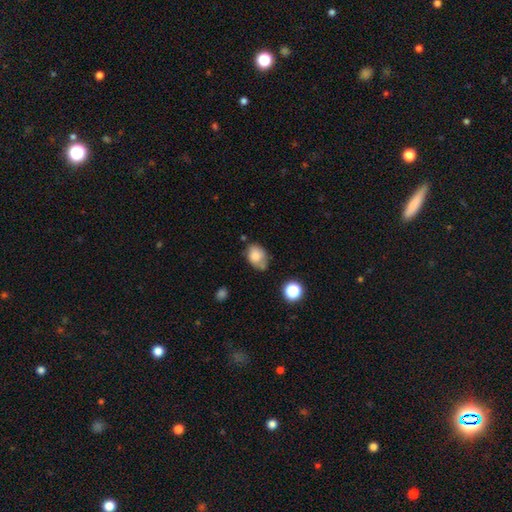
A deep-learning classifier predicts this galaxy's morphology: type=smooth (78%); roundness=in between (75%); merging=none (53%).